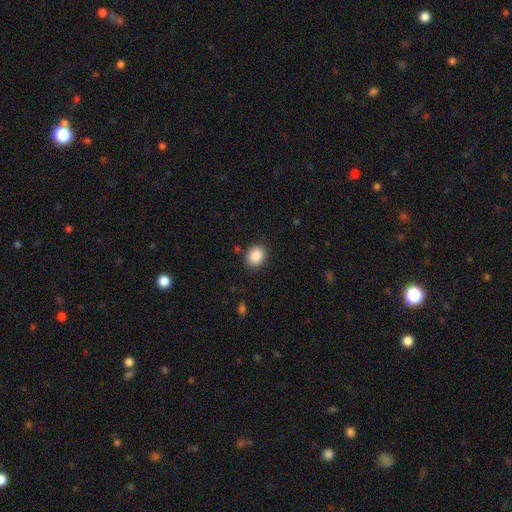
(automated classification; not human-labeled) The model was most divided on "how rounded": round: 56%, in between: 44%, cigar-shaped: 1%. More confident: merging — none (88%); smooth or featured — smooth (88%).